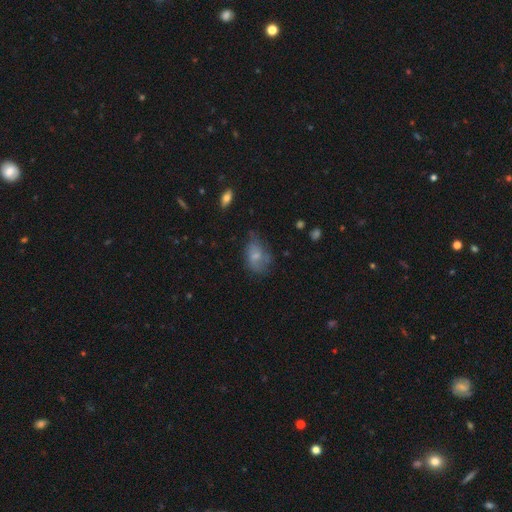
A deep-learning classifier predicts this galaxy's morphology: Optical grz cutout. It shows a smooth galaxy with no disk features (59%) that is in between round and cigar-shaped (80%). Merging: none (41%).